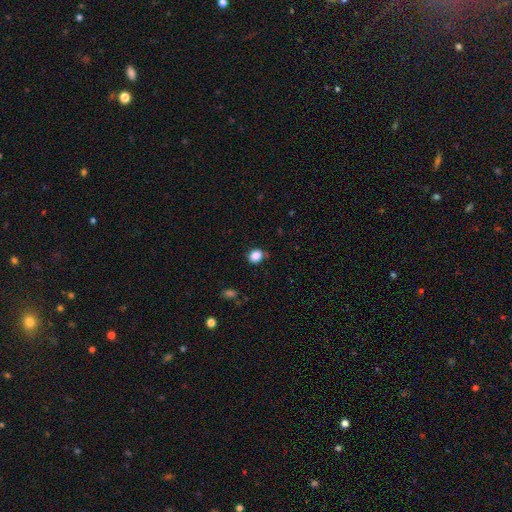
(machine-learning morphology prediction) This is clearly a smooth galaxy (87%). How rounded: likely round (66%). Merging: likely none (79%).